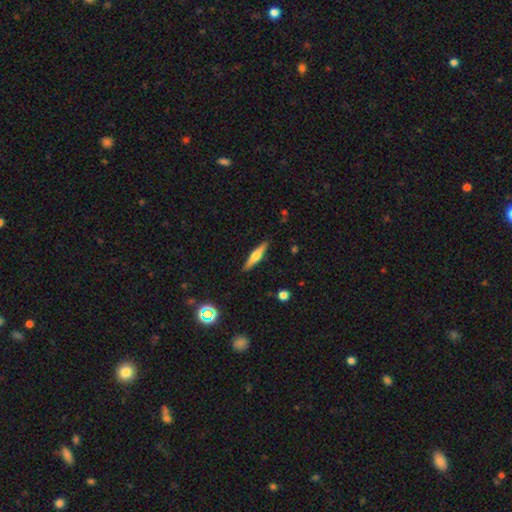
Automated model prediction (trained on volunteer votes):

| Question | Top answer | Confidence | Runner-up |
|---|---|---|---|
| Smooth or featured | featured or disk | 52% | smooth (41%) |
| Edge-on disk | yes | 96% | no (4%) |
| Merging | none | 90% | minor disturbance (7%) |